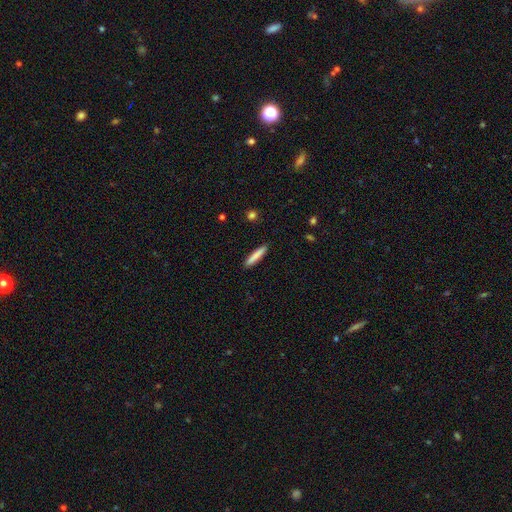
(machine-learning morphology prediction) This is clearly a smooth galaxy (82%). How rounded: clearly cigar-shaped (92%). Merging: clearly none (91%).